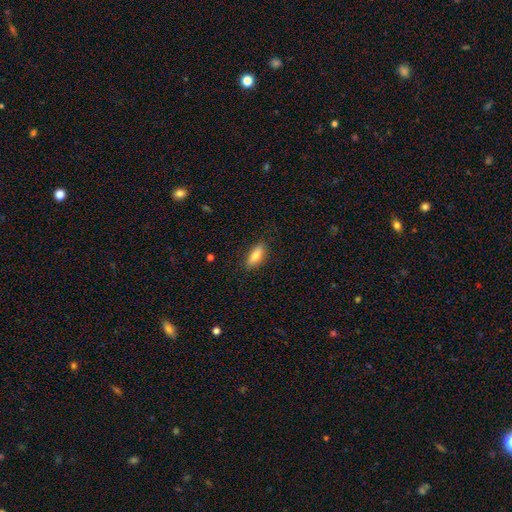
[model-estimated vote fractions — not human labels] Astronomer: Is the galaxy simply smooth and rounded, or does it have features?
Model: smooth — 79%.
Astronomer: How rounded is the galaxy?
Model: in between — 74%.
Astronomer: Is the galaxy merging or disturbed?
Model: none — 85%.